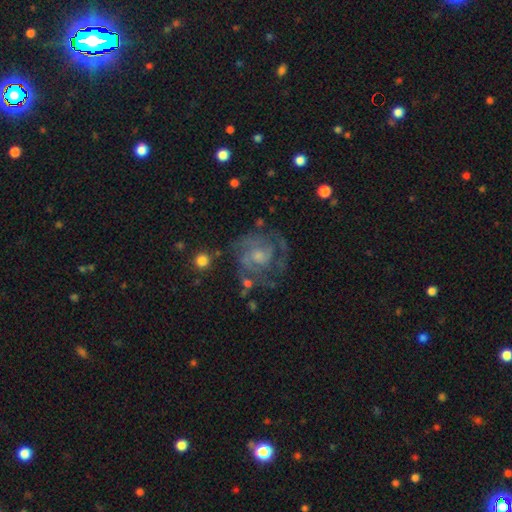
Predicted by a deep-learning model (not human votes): A featured or disk galaxy (79%) with no bar (67%), 2 (35%) tight (49%) spiral arms (88%) and a moderate central bulge (43%).

Vote fractions:
- Smooth or featured? featured or disk: 79% / smooth: 13% / star or artifact: 8%
- Edge-on disk? no: 98% / yes: 2%
- Bar? no: 67% / weak: 28% / strong: 5%
- Spiral arms? yes: 88% / no: 12%
- Spiral winding? tight: 49% / medium: 39% / loose: 11%
- Spiral arm count? 2: 35% / can't tell: 29% / 3: 20% / 1: 6% / 4: 6% / more than 4: 4%
- Bulge size? moderate: 43% / small: 42% / none: 9% / large: 5% / dominant: 1%
- Merging? none: 63% / minor disturbance: 18% / major disturbance: 16% / merger: 3%